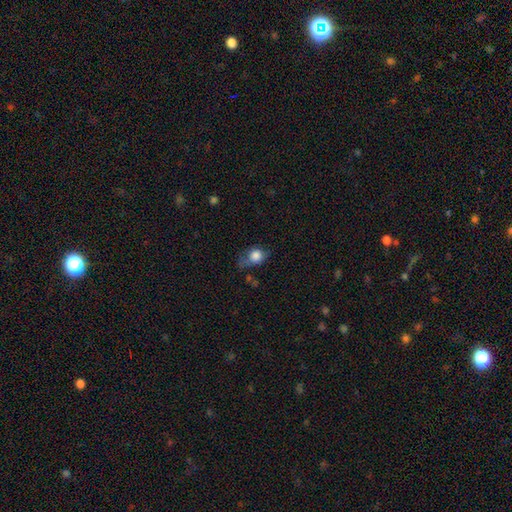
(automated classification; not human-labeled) Smooth or featured: smooth — 79% (featured or disk — 12%)
How rounded: round — 58% (in between — 40%)
Merging: none — 40% (minor disturbance — 35%)